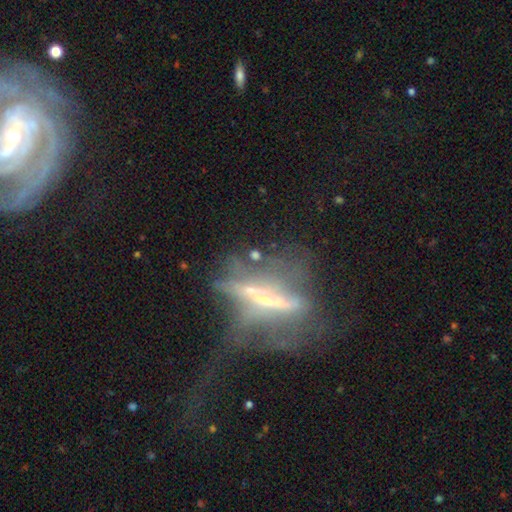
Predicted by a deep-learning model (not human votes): The model was most divided on "edge-on disk": yes: 53%, no: 47%. Remaining: smooth or featured — featured or disk (65%); merging — none (47%).